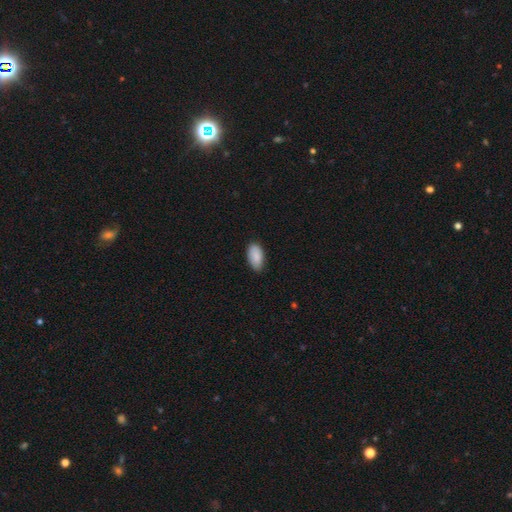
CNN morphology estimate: The model was most divided on "merging": none: 81%, minor disturbance: 16%, major disturbance: 2%, merger: 1%. More confident: how rounded — in between (95%); smooth or featured — smooth (89%).